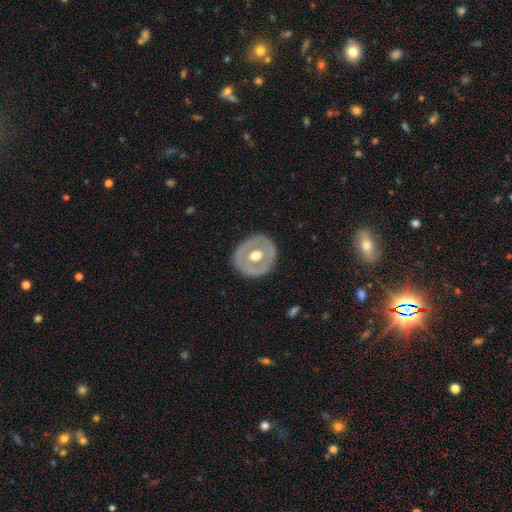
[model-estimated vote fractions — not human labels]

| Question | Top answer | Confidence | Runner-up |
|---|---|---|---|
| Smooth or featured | featured or disk | 58% | smooth (37%) |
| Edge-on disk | no | 94% | yes (6%) |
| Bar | no | 78% | weak (16%) |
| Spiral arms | no | 90% | yes (10%) |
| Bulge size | moderate | 79% | large (14%) |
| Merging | none | 85% | minor disturbance (11%) |